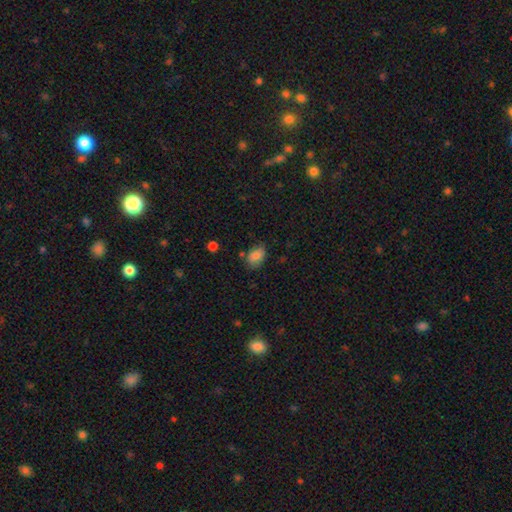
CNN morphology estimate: A smooth galaxy with no disk features (81%) that is in between round and cigar-shaped (79%). Merging: none (66%).